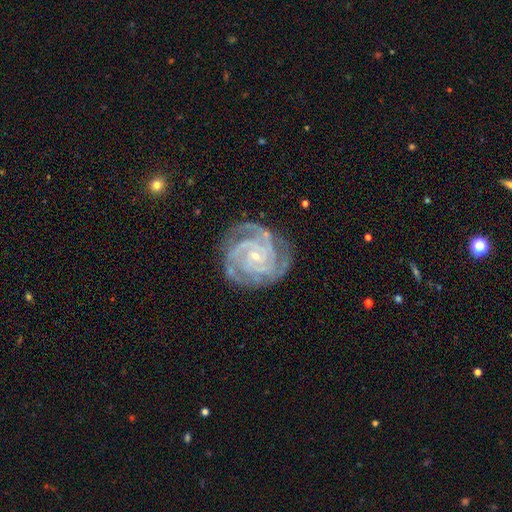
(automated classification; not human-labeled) Overall: featured or disk (92%). Edge-on disk: no (98%). Bar: no (66%). Spiral arms: yes (98%). Spiral arm count: 3 (39%; 4 21%). Spiral winding: tight (74%). Bulge size: small (83%). Merging: none (76%).